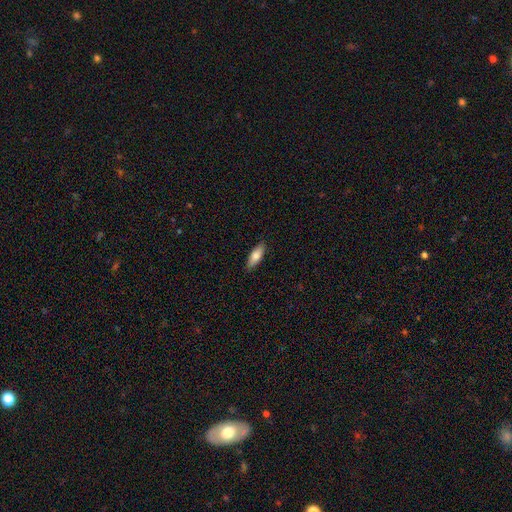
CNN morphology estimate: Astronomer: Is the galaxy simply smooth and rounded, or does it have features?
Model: smooth — 77%.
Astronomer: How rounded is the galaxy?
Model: in between — 65%.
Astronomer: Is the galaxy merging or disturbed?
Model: none — 88%.